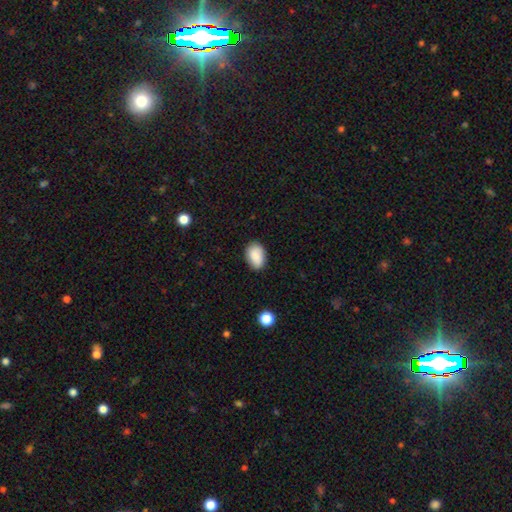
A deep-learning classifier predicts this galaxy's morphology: Smooth or featured?
  - smooth: 87% *
  - star or artifact: 8%
  - featured or disk: 5%
How rounded?
  - in between: 85% *
  - round: 14%
  - cigar-shaped: 1%
Merging?
  - none: 82% *
  - minor disturbance: 14%
  - major disturbance: 3%
  - merger: 1%